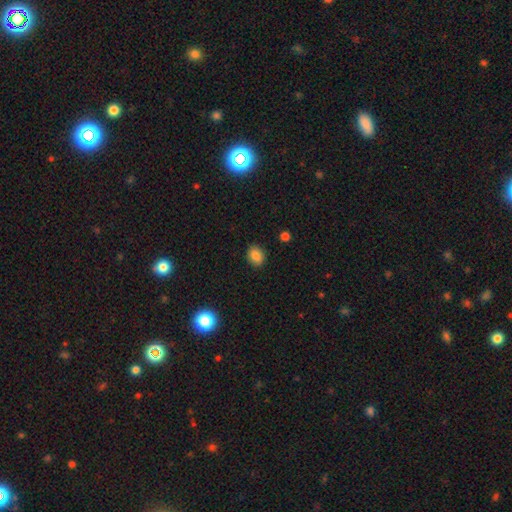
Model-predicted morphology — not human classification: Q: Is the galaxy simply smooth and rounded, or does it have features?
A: smooth — 85%.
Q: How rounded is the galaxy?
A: round — 51%.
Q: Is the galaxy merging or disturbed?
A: none — 89%.